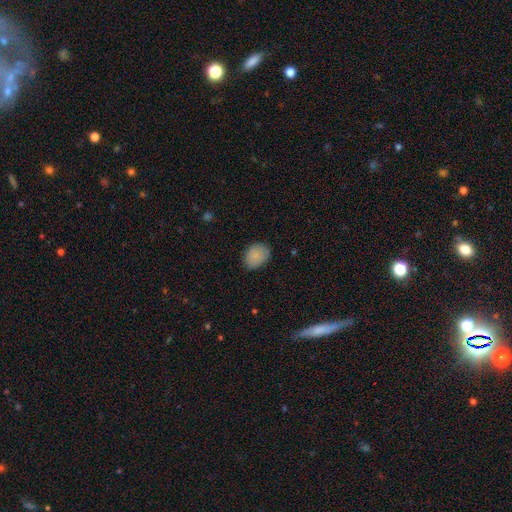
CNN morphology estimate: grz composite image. It shows a smooth galaxy with no disk features (85%) that is in between round and cigar-shaped (63%). Merging: none (78%).